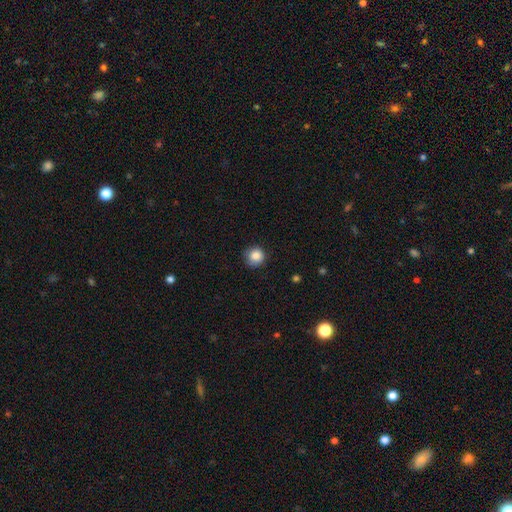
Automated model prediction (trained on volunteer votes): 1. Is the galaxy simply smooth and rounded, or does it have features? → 84% smooth, 10% star or artifact, 6% featured or disk.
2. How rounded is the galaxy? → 93% round, 6% in between, 1% cigar-shaped.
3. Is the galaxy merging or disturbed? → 82% none, 14% minor disturbance, 3% major disturbance, 1% merger.